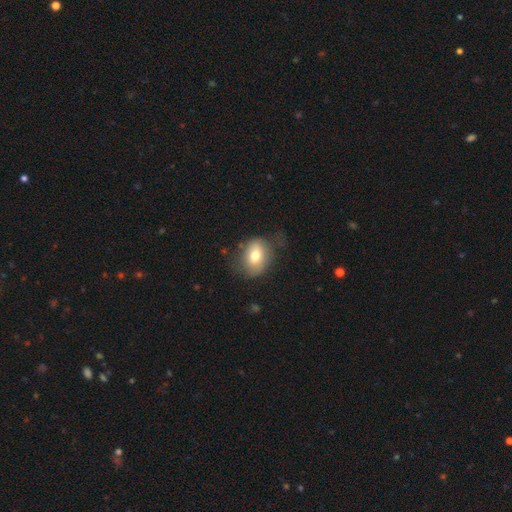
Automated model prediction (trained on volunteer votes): smooth-or-featured: smooth: 73% | featured or disk: 19% | star or artifact: 8%
  how-rounded: in between: 63% | round: 36% | cigar-shaped: 1%
  merging: none: 64% | minor disturbance: 24% | major disturbance: 10% | merger: 2%